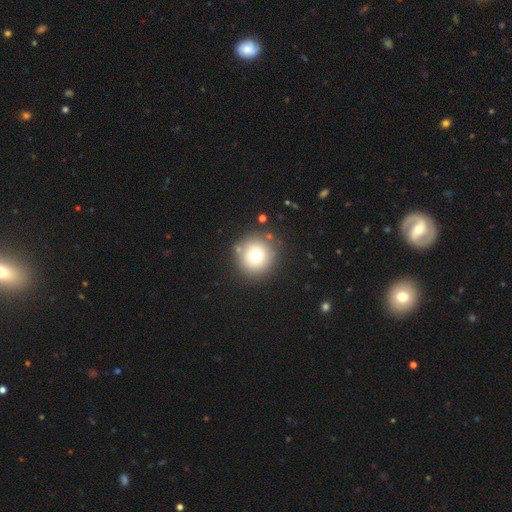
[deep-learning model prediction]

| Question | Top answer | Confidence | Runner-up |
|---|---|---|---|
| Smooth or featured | smooth | 72% | featured or disk (14%) |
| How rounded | round | 94% | in between (5%) |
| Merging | none | 85% | minor disturbance (8%) |